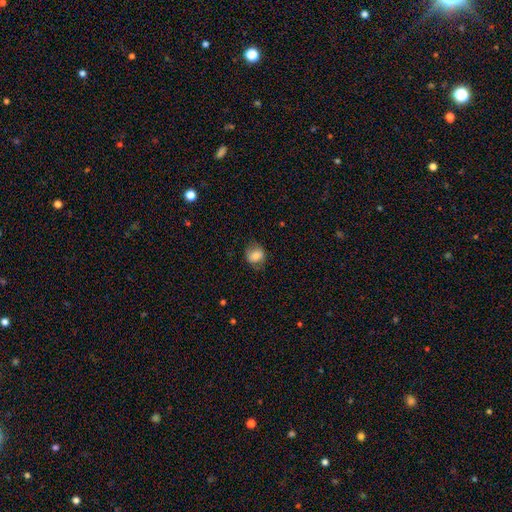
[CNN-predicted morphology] Smooth or featured? smooth (75%)
How rounded? round (60%)
Merging? none (70%)